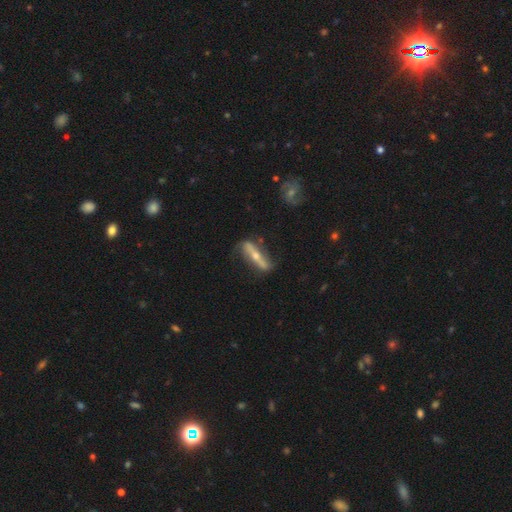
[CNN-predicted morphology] featured or disk 75%, smooth 19%, star or artifact 6%. Down the decision tree: edge-on disk — yes (53%); merging — none (69%).